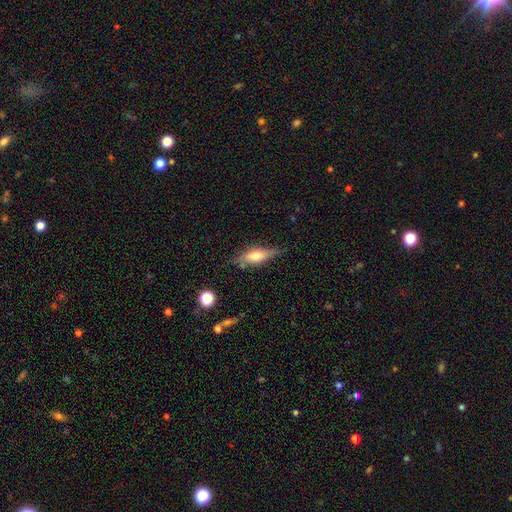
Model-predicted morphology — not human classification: A smooth galaxy with no disk features (48%).

Vote fractions:
- Smooth or featured? smooth: 48% / featured or disk: 45% / star or artifact: 7%
- Merging? none: 70% / minor disturbance: 22% / major disturbance: 5% / merger: 3%